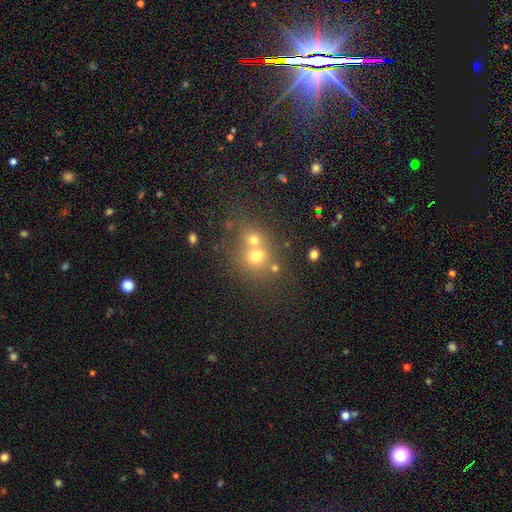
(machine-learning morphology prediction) smooth_or_featured: smooth (p=0.63) [alt: star or artifact p=0.19]
how_rounded: round (p=0.76) [alt: in between p=0.23]
merging: merger (p=0.52) [alt: none p=0.38]